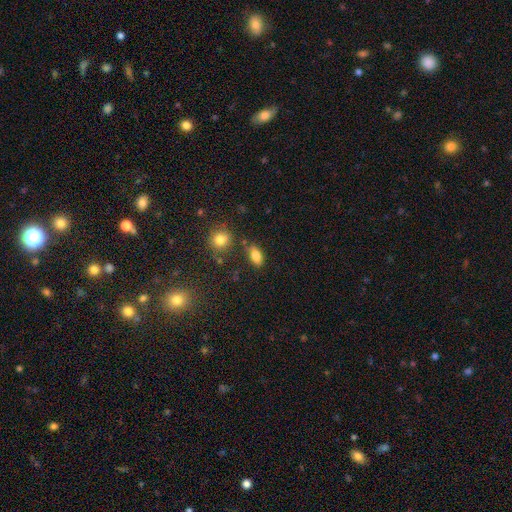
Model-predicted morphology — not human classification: Smooth or featured? smooth (82%)
How rounded? in between (86%)
Merging? none (74%)